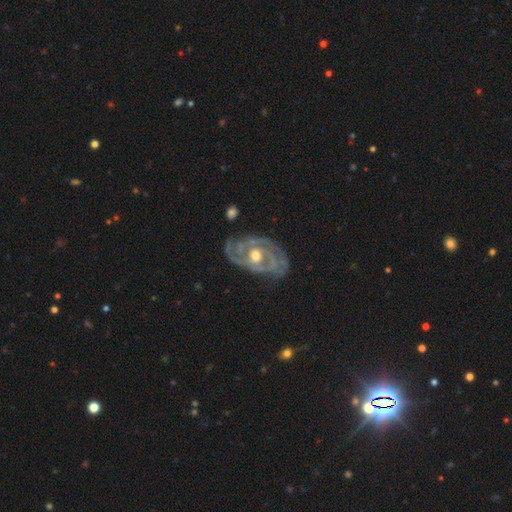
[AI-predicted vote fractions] Smooth or featured? featured or disk (90%)
Edge-on disk? no (96%)
Bar? no (70%)
Spiral arms? yes (94%)
Spiral winding? tight (63%)
Spiral arm count? 2 (39%)
Bulge size? moderate (76%)
Merging? none (71%)